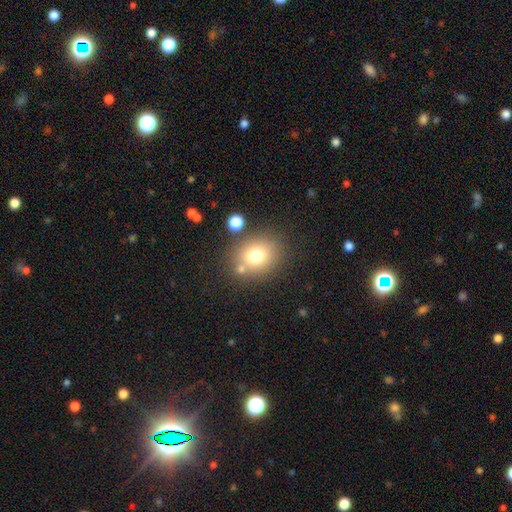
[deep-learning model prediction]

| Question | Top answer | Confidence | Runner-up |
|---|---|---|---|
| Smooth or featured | smooth | 75% | star or artifact (13%) |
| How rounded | round | 60% | in between (39%) |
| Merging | none | 73% | minor disturbance (12%) |